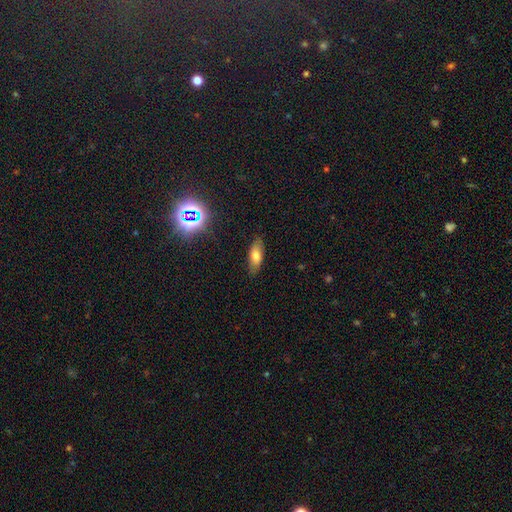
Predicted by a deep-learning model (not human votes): Overall: smooth (72%). How rounded: in between (76%). Merging: none (84%).